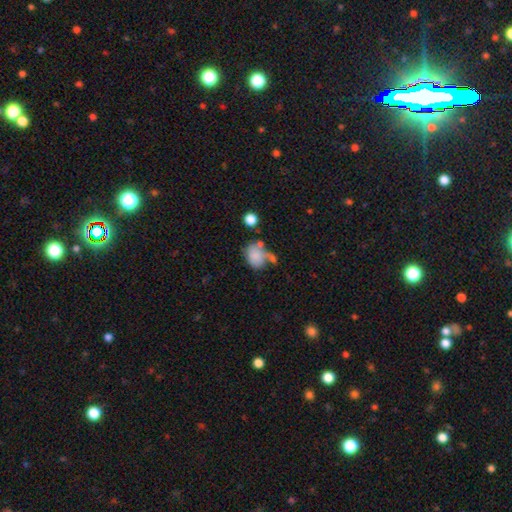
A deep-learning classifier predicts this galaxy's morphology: smooth-or-featured: smooth: 74% | featured or disk: 16% | star or artifact: 10%
  how-rounded: in between: 63% | round: 36% | cigar-shaped: 1%
  merging: none: 30% | merger: 27% | major disturbance: 22% | minor disturbance: 21%